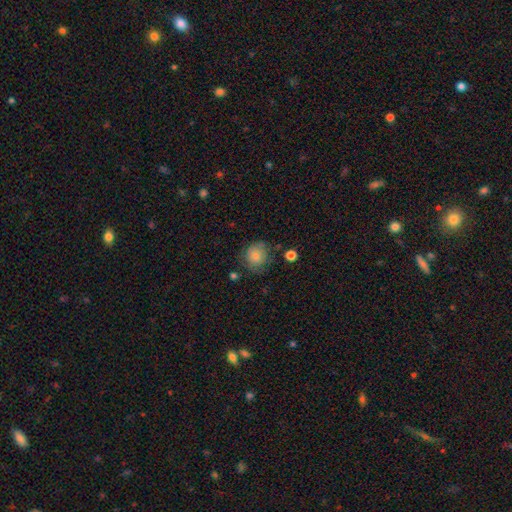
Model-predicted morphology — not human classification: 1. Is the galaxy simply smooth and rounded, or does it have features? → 78% smooth, 13% featured or disk, 9% star or artifact.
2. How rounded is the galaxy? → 80% round, 19% in between, 1% cigar-shaped.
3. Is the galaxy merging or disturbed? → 64% none, 23% minor disturbance, 9% major disturbance, 3% merger.